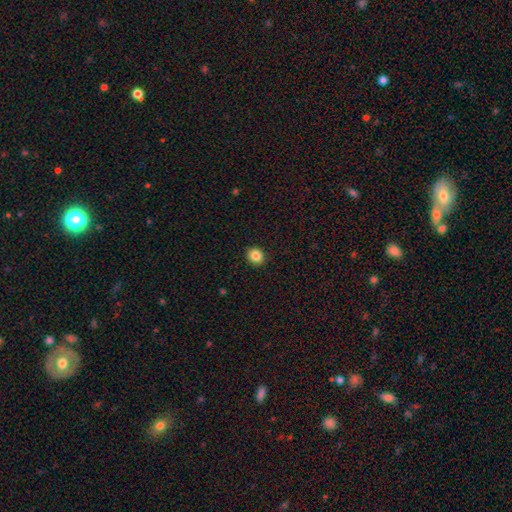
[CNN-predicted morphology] Q: Smooth or featured?
A: smooth (85%); runner-up: star or artifact (10%)
Q: How rounded?
A: round (72%); runner-up: in between (27%)
Q: Merging?
A: none (91%); runner-up: minor disturbance (6%)